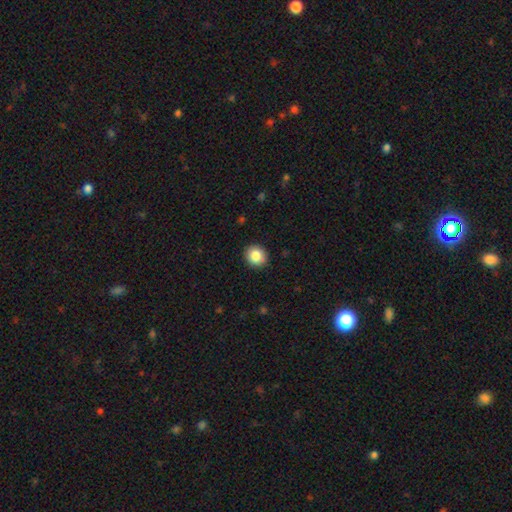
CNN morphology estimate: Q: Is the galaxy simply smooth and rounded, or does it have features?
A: smooth — 86%.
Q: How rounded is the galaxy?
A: round — 84%.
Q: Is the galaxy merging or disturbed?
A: none — 91%.